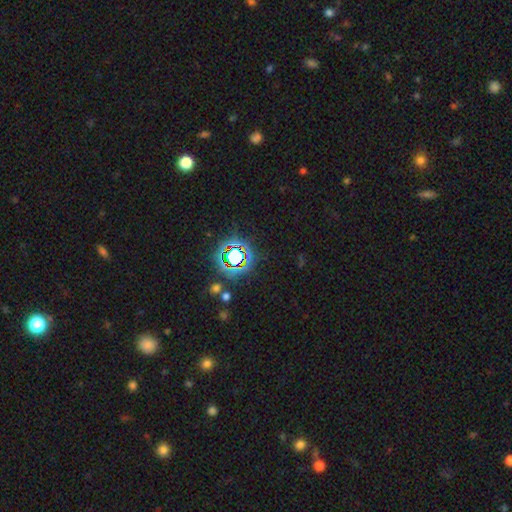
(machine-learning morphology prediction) star or artifact 77%, smooth 14%, featured or disk 9%.